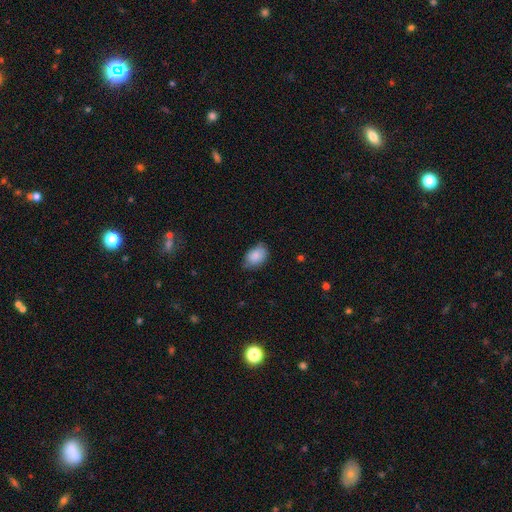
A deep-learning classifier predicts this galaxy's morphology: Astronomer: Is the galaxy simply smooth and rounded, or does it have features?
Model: smooth — 85%.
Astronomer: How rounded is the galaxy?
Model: in between — 81%.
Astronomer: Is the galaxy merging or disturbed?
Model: none — 66%.